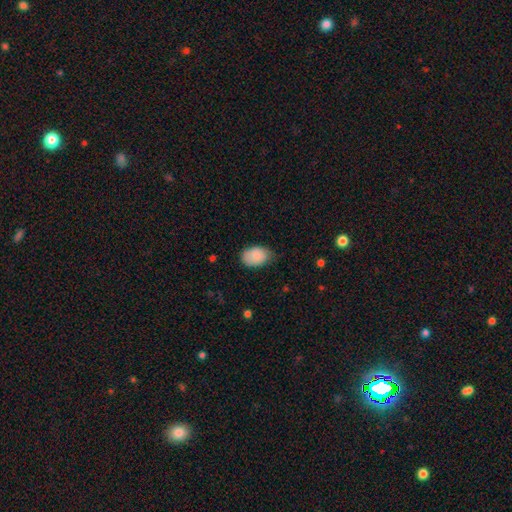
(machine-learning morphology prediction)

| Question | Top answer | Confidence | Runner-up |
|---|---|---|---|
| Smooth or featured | smooth | 87% | star or artifact (7%) |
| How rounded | in between | 85% | round (14%) |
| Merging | none | 63% | minor disturbance (31%) |